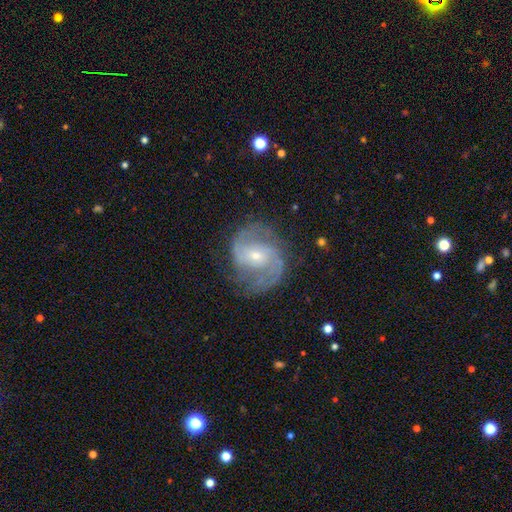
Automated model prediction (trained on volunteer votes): Morphology: type=featured or disk (89%); edge-on=no (98%); bar=no (48%); spiral arms=yes (97%); winding=medium (54%); arm count=2 (83%); bulge=small (64%); merging=none (74%).